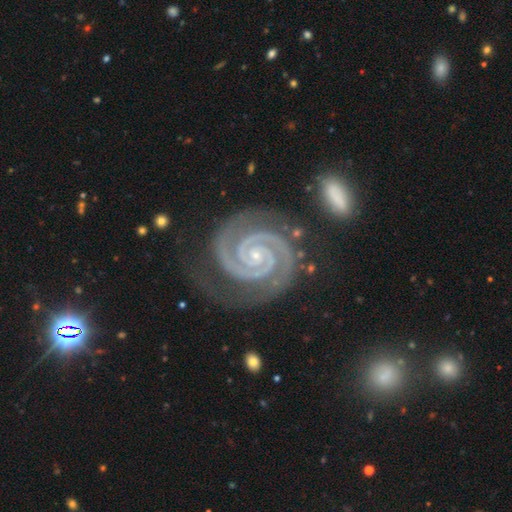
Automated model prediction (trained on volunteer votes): Morphology: type=featured or disk (94%); edge-on=no (98%); bar=no (64%); spiral arms=yes (99%); winding=tight (86%); arm count=2 (91%); bulge=small (82%); merging=none (80%).